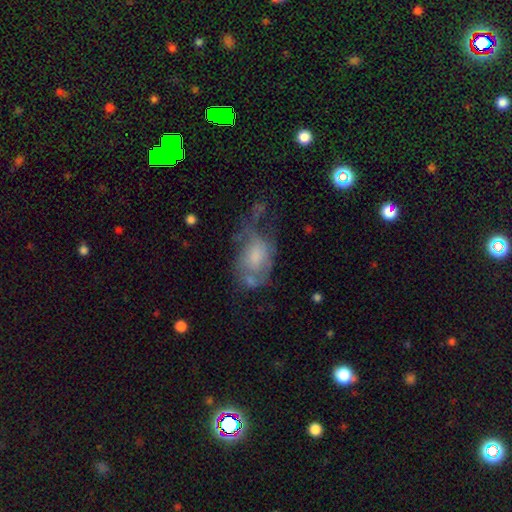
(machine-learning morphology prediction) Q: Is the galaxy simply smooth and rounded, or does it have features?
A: smooth — 49%.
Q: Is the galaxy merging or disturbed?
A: major disturbance — 39%.